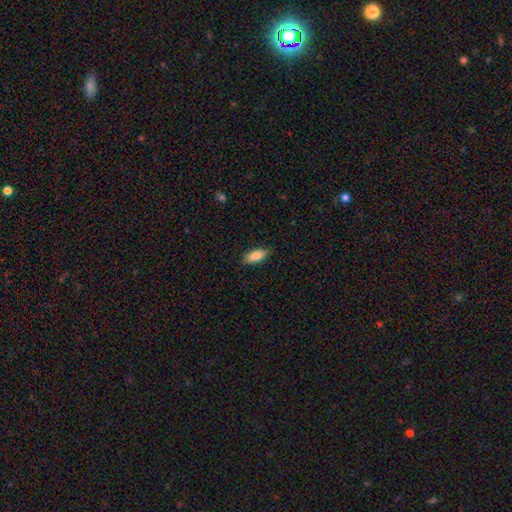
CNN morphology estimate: smooth 86%, featured or disk 8%, star or artifact 6%. Down the decision tree: how rounded — in between (82%); merging — none (86%).